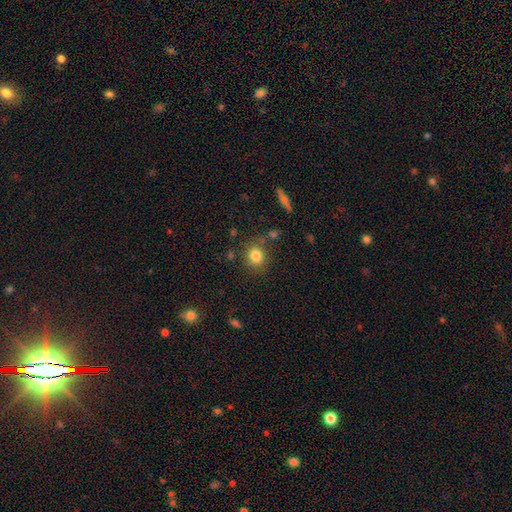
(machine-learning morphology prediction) A smooth galaxy with no disk features (82%) that is round (81%).

Vote fractions:
- Smooth or featured? smooth: 82% / star or artifact: 11% / featured or disk: 7%
- How rounded? round: 81% / in between: 18% / cigar-shaped: 1%
- Merging? none: 79% / minor disturbance: 11% / merger: 5% / major disturbance: 4%